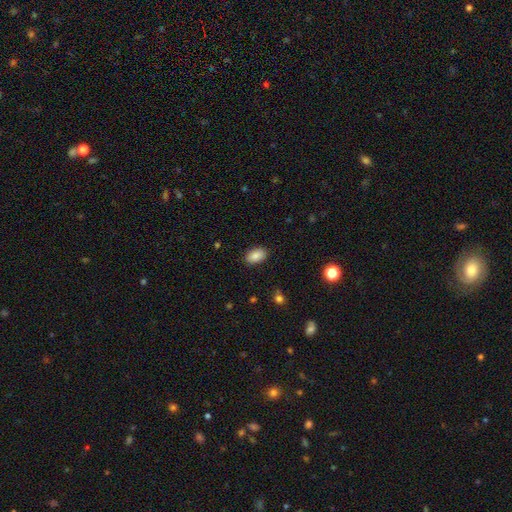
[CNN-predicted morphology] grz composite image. It shows a smooth galaxy with no disk features (86%) that is in between round and cigar-shaped (91%). Merging: none (88%).